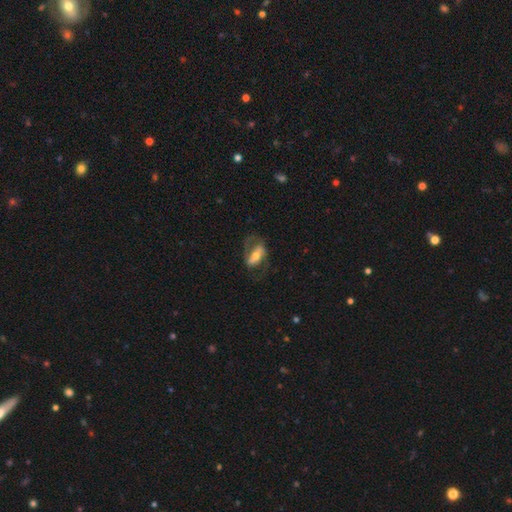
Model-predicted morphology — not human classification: type=featured or disk (64%); edge-on=no (90%); bar=strong (52%); spiral arms=yes (73%); bulge=moderate (57%); merging=none (58%).